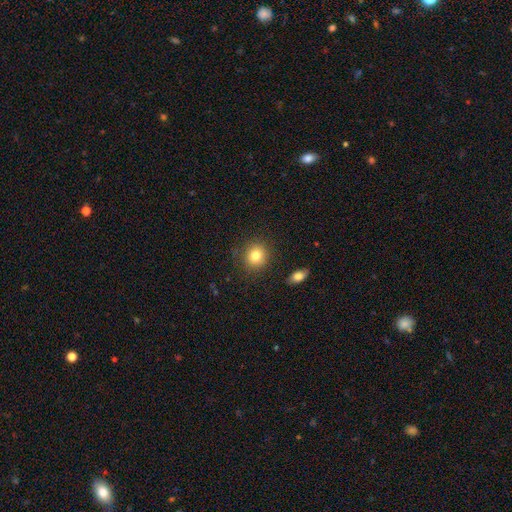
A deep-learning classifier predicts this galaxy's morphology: A smooth galaxy with no disk features (81%) that is round (84%).

Vote fractions:
- Smooth or featured? smooth: 81% / star or artifact: 10% / featured or disk: 8%
- How rounded? round: 84% / in between: 15% / cigar-shaped: 1%
- Merging? none: 86% / minor disturbance: 9% / major disturbance: 3% / merger: 2%